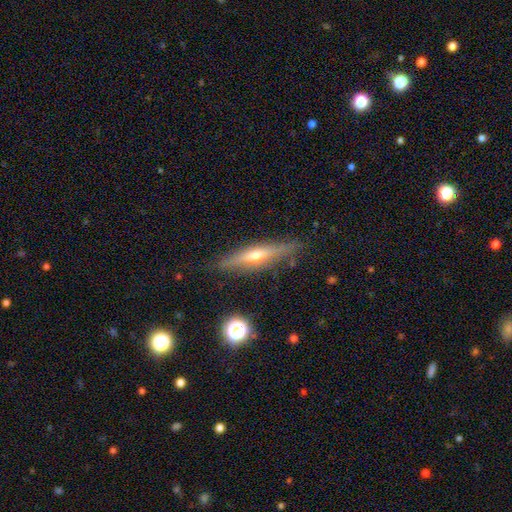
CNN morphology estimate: Overall: featured or disk (63%; smooth 29%). Edge-on disk: yes (93%). Edge-on bulge: rounded (83%). Merging: none (84%).